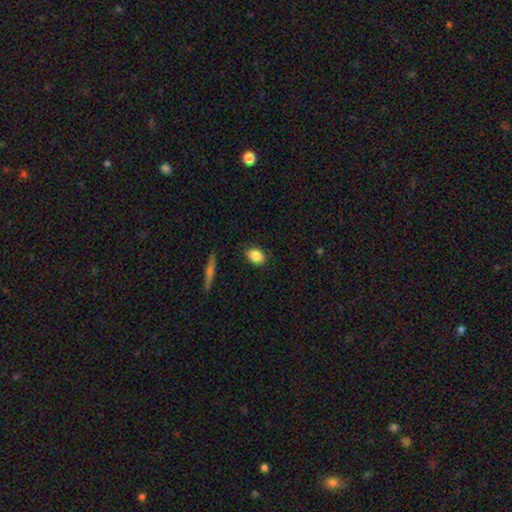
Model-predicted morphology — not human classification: A smooth galaxy with no disk features (86%) that is in between round and cigar-shaped (74%). Merging: none (87%).